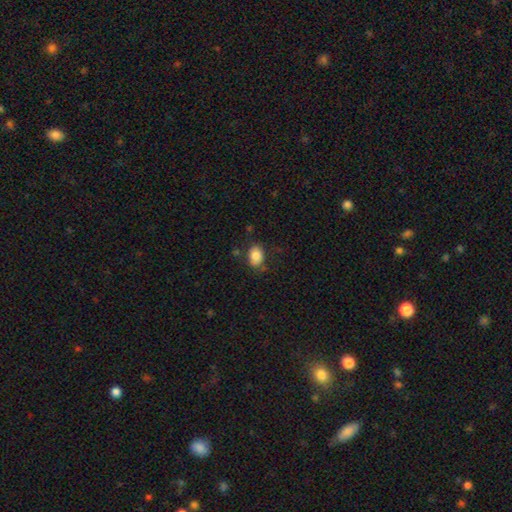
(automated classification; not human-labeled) The model was most divided on "merging": none: 72%, minor disturbance: 19%, major disturbance: 5%, merger: 3%. More confident: smooth or featured — smooth (84%); how rounded — in between (78%).